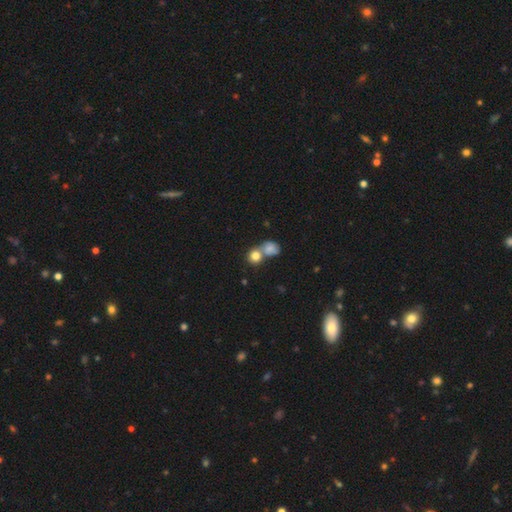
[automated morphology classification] Smooth or featured?
  - smooth: 81% *
  - star or artifact: 10%
  - featured or disk: 9%
How rounded?
  - round: 83% *
  - in between: 16%
  - cigar-shaped: 1%
Merging?
  - merger: 51% *
  - none: 39%
  - minor disturbance: 7%
  - major disturbance: 3%